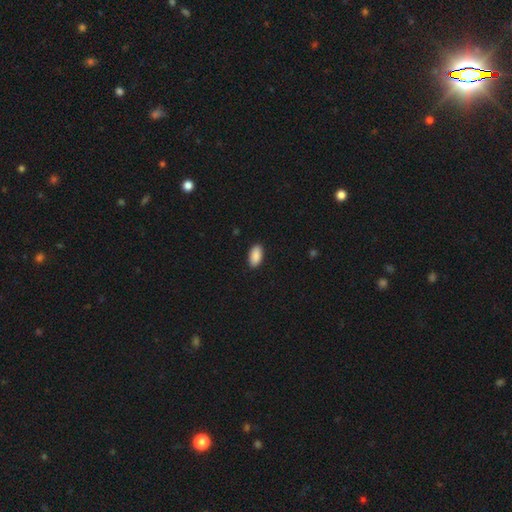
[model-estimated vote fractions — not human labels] Smooth or featured: smooth — 91% (star or artifact — 6%)
How rounded: in between — 94% (cigar-shaped — 3%)
Merging: none — 90% (minor disturbance — 8%)